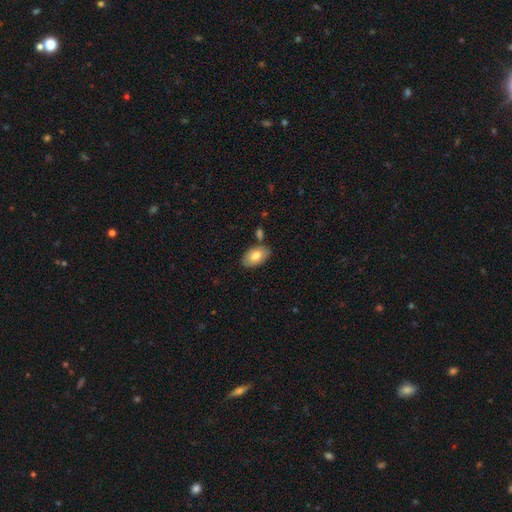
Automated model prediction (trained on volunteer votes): A smooth galaxy with no disk features (77%) that is in between round and cigar-shaped (93%).

Vote fractions:
- Smooth or featured? smooth: 77% / featured or disk: 17% / star or artifact: 6%
- How rounded? in between: 93% / round: 5% / cigar-shaped: 1%
- Merging? none: 76% / minor disturbance: 13% / merger: 8% / major disturbance: 3%